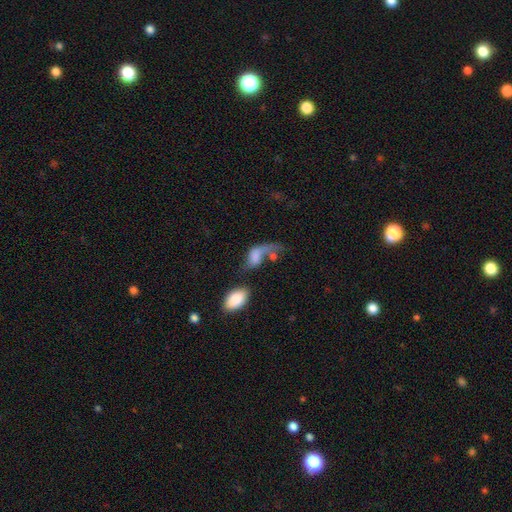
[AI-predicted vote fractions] smooth 55%, featured or disk 34%, star or artifact 10%. Down the decision tree: how rounded — in between (84%); merging — merger (36%).